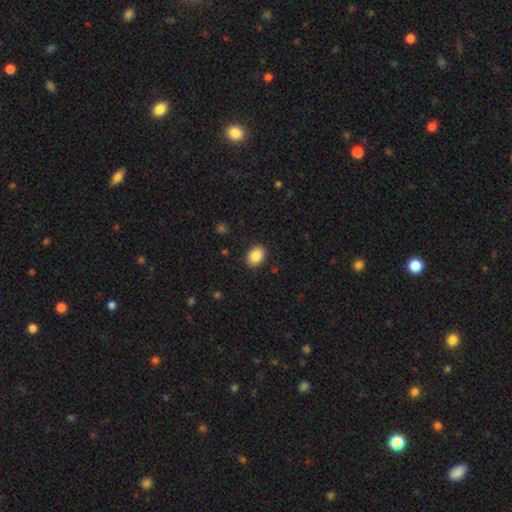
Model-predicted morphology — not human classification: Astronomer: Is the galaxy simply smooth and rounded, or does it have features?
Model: smooth — 87%.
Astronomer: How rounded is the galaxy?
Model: in between — 69%.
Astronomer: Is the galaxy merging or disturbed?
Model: none — 90%.